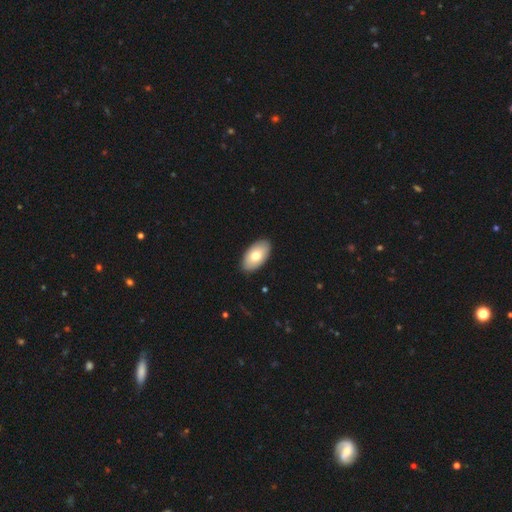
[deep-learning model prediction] smooth 75%, featured or disk 19%, star or artifact 5%. Down the decision tree: how rounded — in between (96%); merging — none (90%).